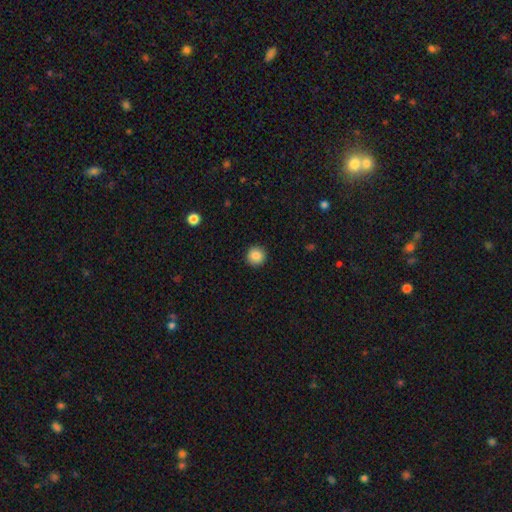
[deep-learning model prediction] A smooth galaxy with no disk features (87%) that is round (94%).

Vote fractions:
- Smooth or featured? smooth: 87% / star or artifact: 9% / featured or disk: 3%
- How rounded? round: 94% / in between: 5% / cigar-shaped: 1%
- Merging? none: 92% / minor disturbance: 5% / major disturbance: 2% / merger: 1%